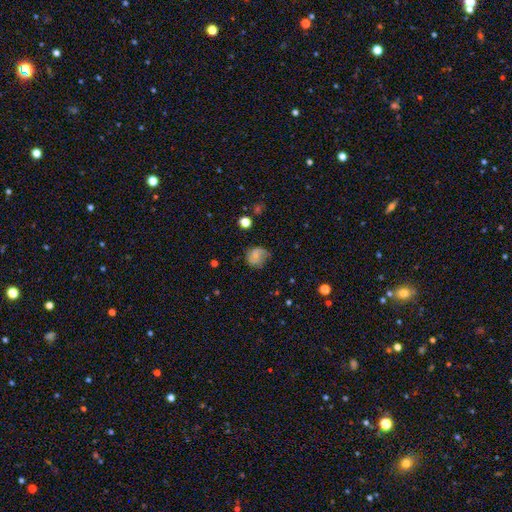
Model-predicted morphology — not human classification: Overall: smooth (58%; featured or disk 31%). How rounded: round (75%). Merging: none (62%; minor disturbance 27%).